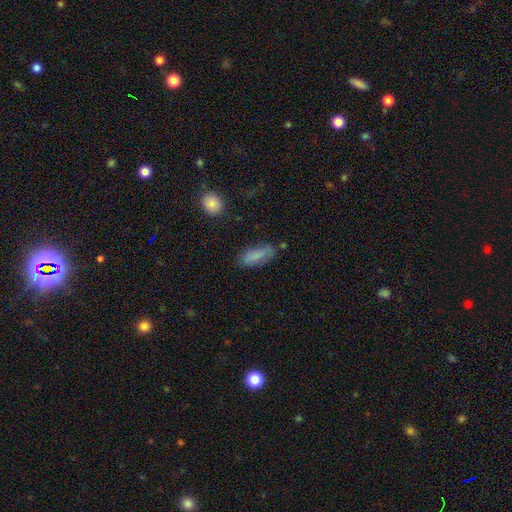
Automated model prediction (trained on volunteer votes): smooth-or-featured: smooth: 82% | featured or disk: 11% | star or artifact: 7%
  how-rounded: in between: 73% | cigar-shaped: 25% | round: 2%
  merging: none: 72% | minor disturbance: 19% | major disturbance: 5% | merger: 4%